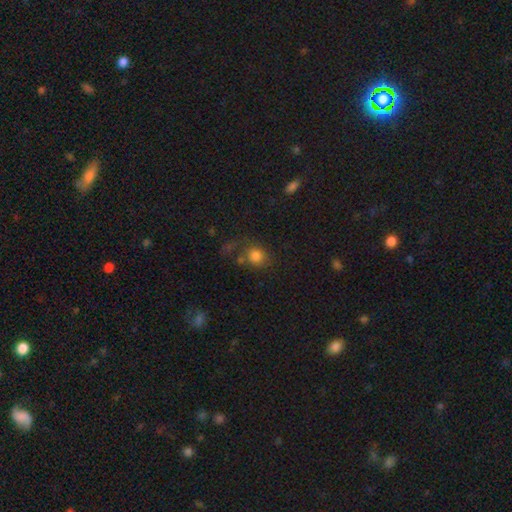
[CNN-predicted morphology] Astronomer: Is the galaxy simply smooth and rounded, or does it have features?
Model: smooth — 78%.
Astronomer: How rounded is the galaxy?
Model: round — 77%.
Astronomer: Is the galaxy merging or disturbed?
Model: none — 52%.